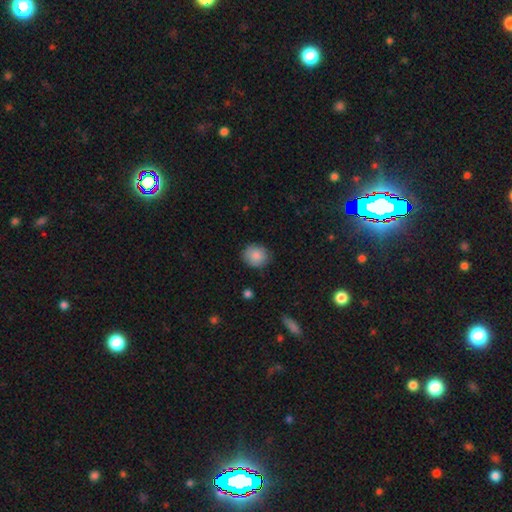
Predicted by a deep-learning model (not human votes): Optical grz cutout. It shows a smooth galaxy with no disk features (87%) that is round (75%). Merging: none (84%).